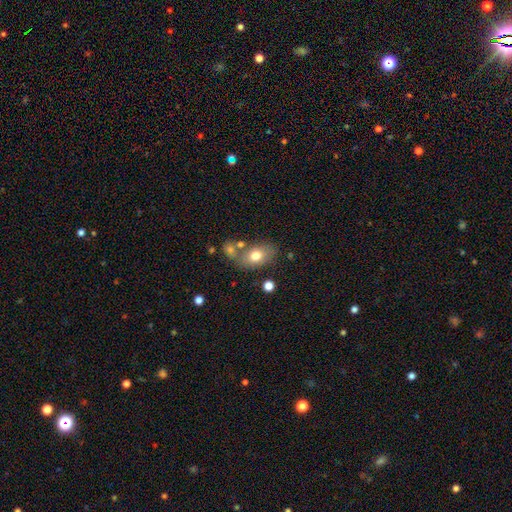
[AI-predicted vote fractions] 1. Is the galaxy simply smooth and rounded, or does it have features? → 72% smooth, 18% featured or disk, 9% star or artifact.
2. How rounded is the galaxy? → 82% in between, 16% round, 2% cigar-shaped.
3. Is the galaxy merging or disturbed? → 61% none, 18% merger, 15% minor disturbance, 5% major disturbance.